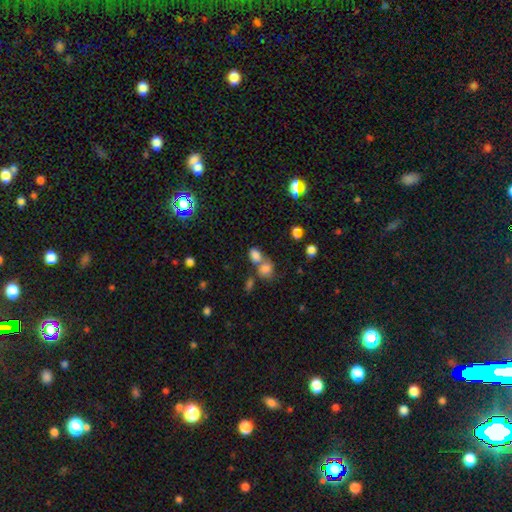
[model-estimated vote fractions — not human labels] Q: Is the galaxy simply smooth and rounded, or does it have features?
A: smooth — 77%.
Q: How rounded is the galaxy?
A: in between — 65%.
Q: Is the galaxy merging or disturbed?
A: merger — 51%.